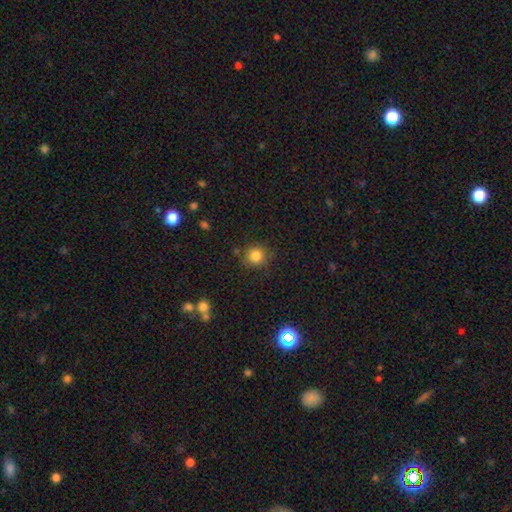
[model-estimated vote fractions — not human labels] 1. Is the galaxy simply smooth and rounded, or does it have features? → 82% smooth, 12% star or artifact, 5% featured or disk.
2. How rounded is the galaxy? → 91% round, 8% in between, 1% cigar-shaped.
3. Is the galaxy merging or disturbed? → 82% none, 11% minor disturbance, 4% merger, 3% major disturbance.